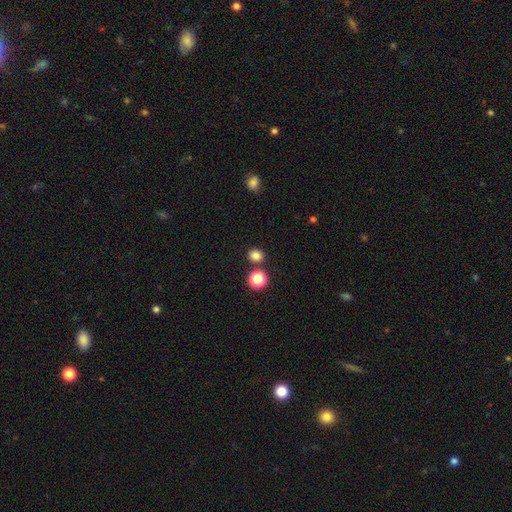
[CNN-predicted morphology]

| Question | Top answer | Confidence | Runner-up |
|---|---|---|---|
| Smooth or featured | smooth | 82% | star or artifact (14%) |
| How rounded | round | 78% | in between (21%) |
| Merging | none | 81% | merger (10%) |